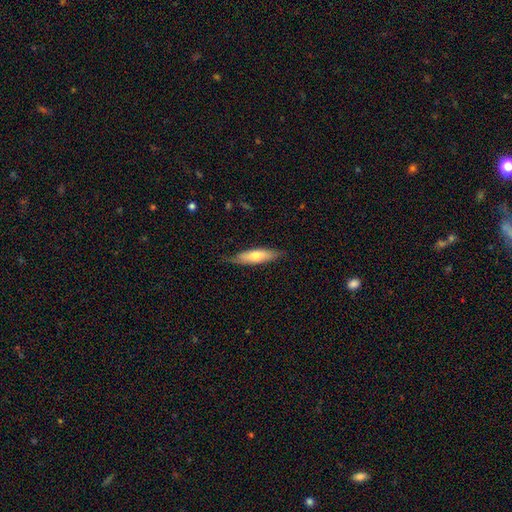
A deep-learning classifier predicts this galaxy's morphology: Smooth or featured? smooth (61%)
How rounded? cigar-shaped (64%)
Merging? none (75%)